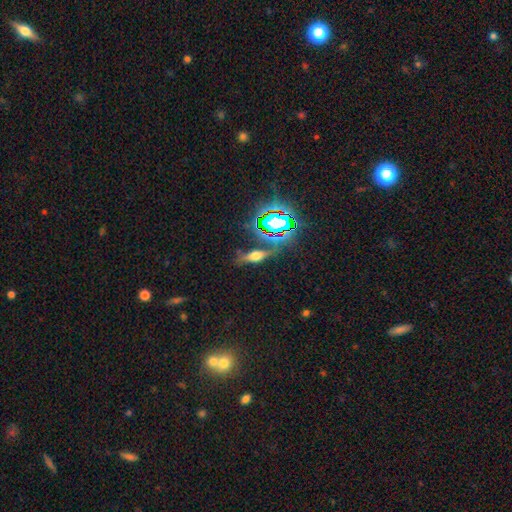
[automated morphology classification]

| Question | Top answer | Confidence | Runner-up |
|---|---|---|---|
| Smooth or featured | featured or disk | 39% | smooth (32%) |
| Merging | none | 71% | minor disturbance (16%) |